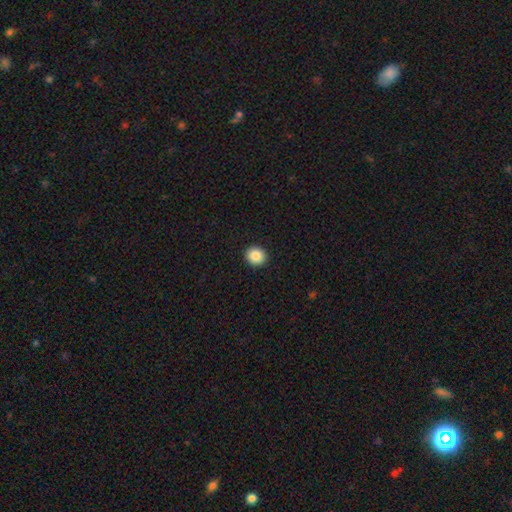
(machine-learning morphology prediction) smooth 87%, star or artifact 9%, featured or disk 4%. Down the decision tree: how rounded — round (77%); merging — none (93%).